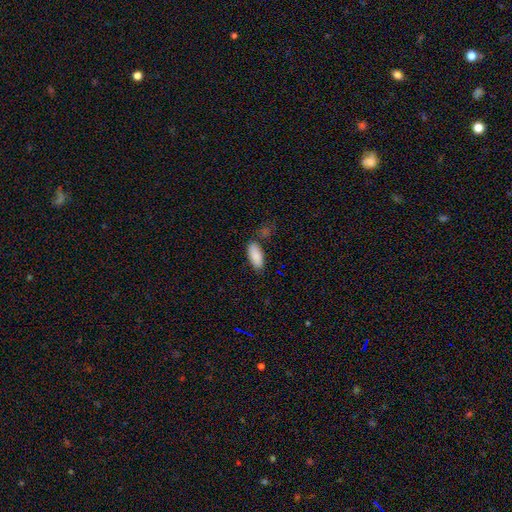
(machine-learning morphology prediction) smooth 88%, star or artifact 6%, featured or disk 5%. Down the decision tree: how rounded — in between (87%); merging — none (75%).